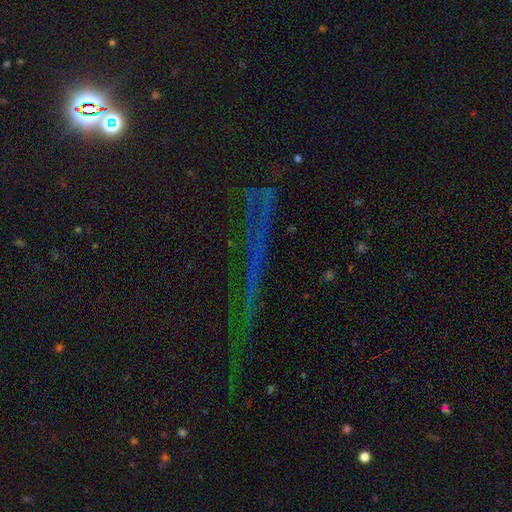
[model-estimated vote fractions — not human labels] star or artifact 74%, featured or disk 14%, smooth 12%.